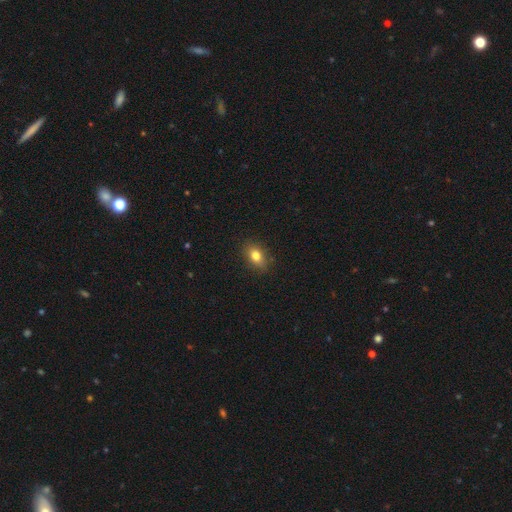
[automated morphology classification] smooth_or_featured: smooth (p=0.79) [alt: featured or disk p=0.11]
how_rounded: in between (p=0.77) [alt: round p=0.20]
merging: none (p=0.85) [alt: minor disturbance p=0.12]